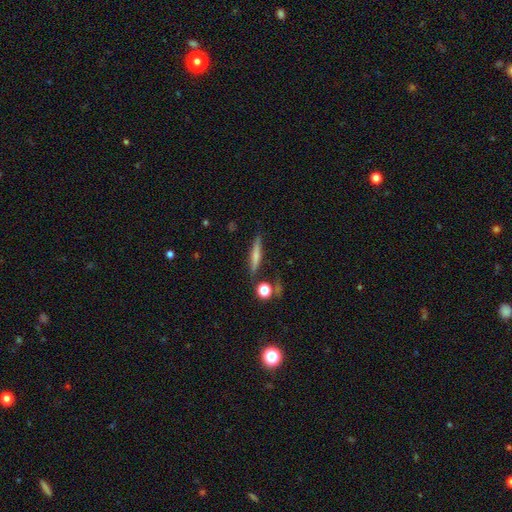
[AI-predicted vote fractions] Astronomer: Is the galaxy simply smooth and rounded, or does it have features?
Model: smooth — 59%.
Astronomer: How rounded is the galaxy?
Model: cigar-shaped — 87%.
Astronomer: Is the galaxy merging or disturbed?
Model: none — 80%.